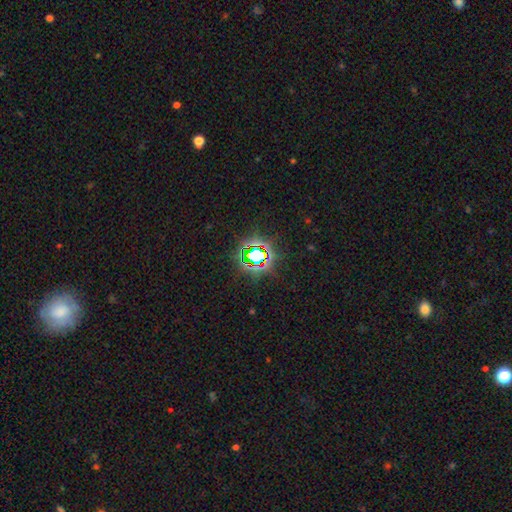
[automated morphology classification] type=star or artifact (75%).